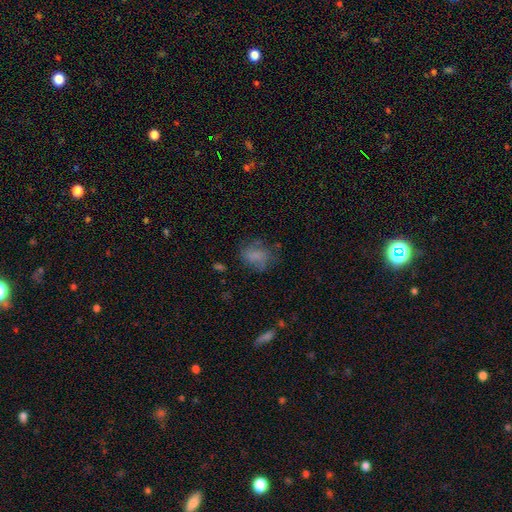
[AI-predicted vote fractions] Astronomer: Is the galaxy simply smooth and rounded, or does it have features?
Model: smooth — 67%.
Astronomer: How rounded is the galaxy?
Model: in between — 66%.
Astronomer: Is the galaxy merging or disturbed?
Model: none — 57%.